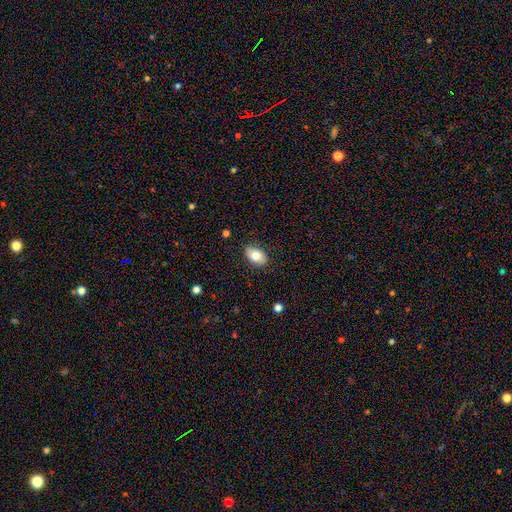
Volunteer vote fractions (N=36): Overall: smooth (83%). How rounded: in between (83%). Merging: none (80%).